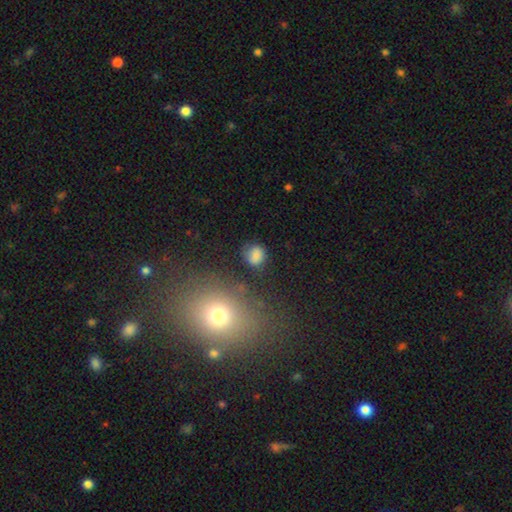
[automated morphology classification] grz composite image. It shows a smooth galaxy with no disk features (78%) that is round (72%). Merging: none (73%).